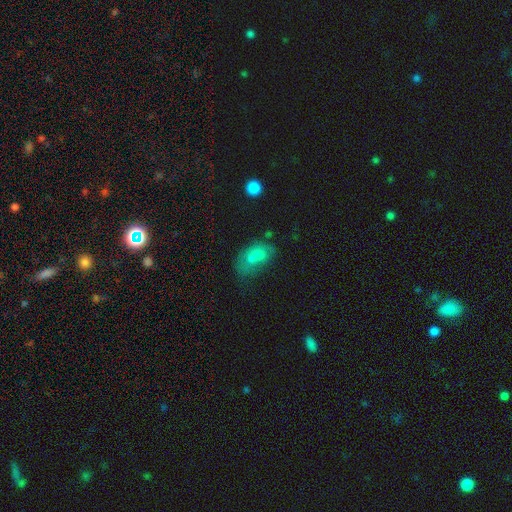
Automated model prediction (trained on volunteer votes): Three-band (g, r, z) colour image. It shows a smooth galaxy with no disk features (62%) that is in between round and cigar-shaped (84%). Merging: merger (41%).